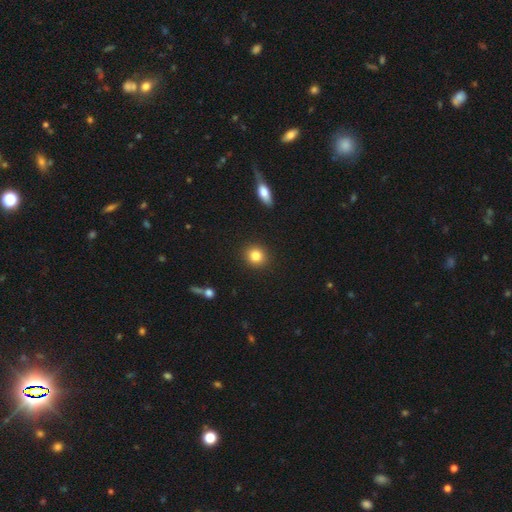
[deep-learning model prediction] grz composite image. It shows a smooth galaxy with no disk features (84%) that is round (86%). Merging: none (91%).